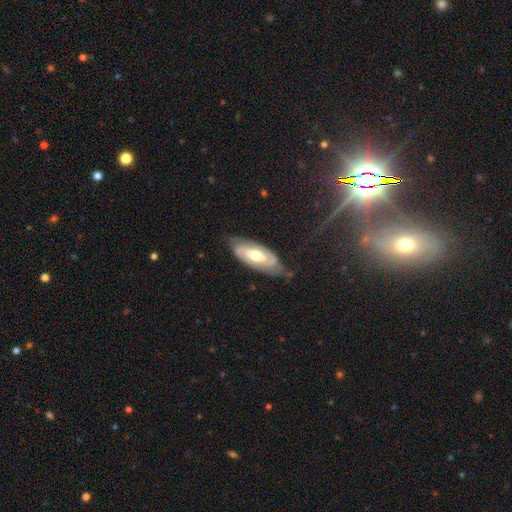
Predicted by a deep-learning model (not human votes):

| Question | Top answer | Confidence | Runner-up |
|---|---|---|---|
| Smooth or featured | featured or disk | 65% | smooth (30%) |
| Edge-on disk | no | 85% | yes (15%) |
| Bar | no | 53% | weak (31%) |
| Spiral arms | yes | 70% | no (30%) |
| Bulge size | moderate | 70% | small (17%) |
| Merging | none | 62% | minor disturbance (27%) |